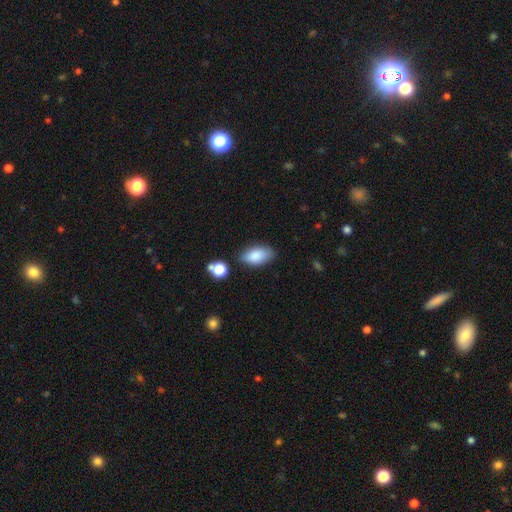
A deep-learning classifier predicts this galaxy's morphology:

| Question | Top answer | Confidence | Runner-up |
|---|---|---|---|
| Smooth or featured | smooth | 85% | featured or disk (8%) |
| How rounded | in between | 91% | cigar-shaped (6%) |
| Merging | none | 77% | minor disturbance (16%) |